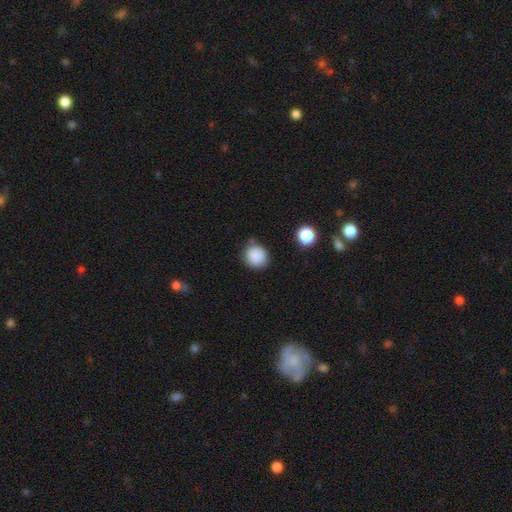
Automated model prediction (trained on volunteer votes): smooth-or-featured: smooth: 87% | star or artifact: 9% | featured or disk: 4%
  how-rounded: round: 84% | in between: 15% | cigar-shaped: 1%
  merging: none: 78% | minor disturbance: 15% | merger: 4% | major disturbance: 4%